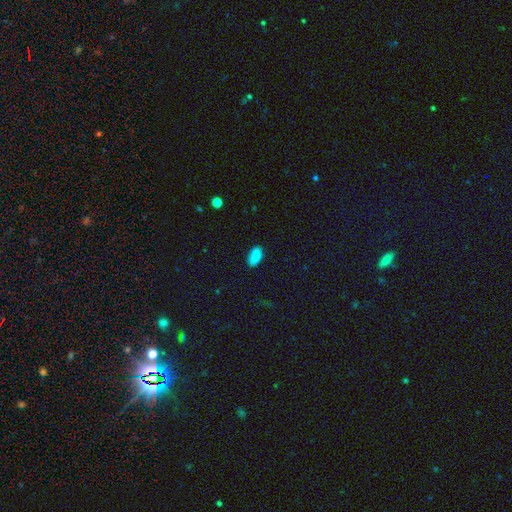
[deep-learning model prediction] Smooth or featured?
  - smooth: 87% *
  - star or artifact: 9%
  - featured or disk: 4%
How rounded?
  - in between: 94% *
  - cigar-shaped: 3%
  - round: 3%
Merging?
  - none: 81% *
  - minor disturbance: 15%
  - major disturbance: 3%
  - merger: 1%